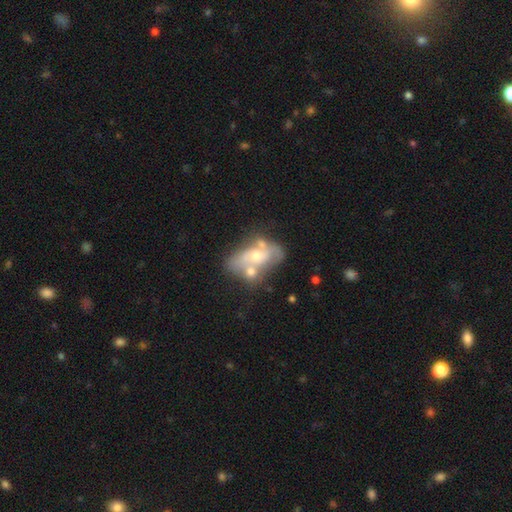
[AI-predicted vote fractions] A featured or disk galaxy (57%) with no bar (79%), no spiral arms (63%) and a moderate central bulge (59%). Merging: merger (49%).